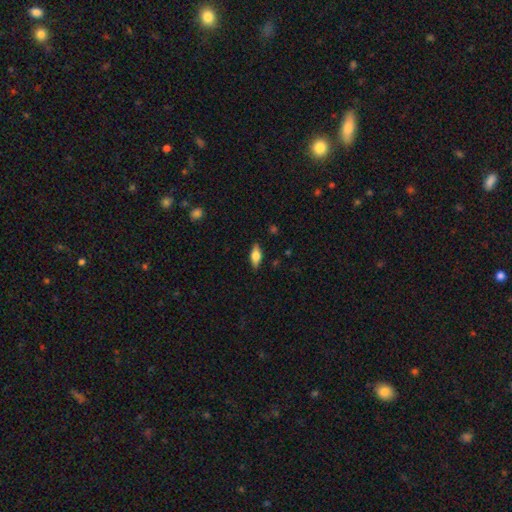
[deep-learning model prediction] Smooth or featured? smooth (60%)
How rounded? in between (76%)
Merging? none (87%)